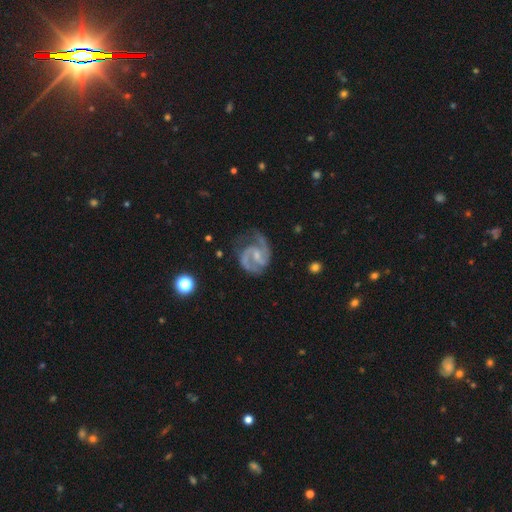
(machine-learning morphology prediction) smooth-or-featured: featured or disk: 91% | smooth: 5% | star or artifact: 5%
  disk-edge-on: no: 98% | yes: 2%
    bar: weak: 53% | no: 32% | strong: 15%
    has-spiral-arms: yes: 98% | no: 2%
      spiral-winding: medium: 60% | tight: 24% | loose: 15%
      spiral-arm-count: 2: 87% | 3: 4% | can't tell: 3% | 1: 3% | 4: 1% | more than 4: 1%
    bulge-size: small: 55% | moderate: 29% | none: 14% | large: 2% | dominant: 1%
  merging: none: 63% | minor disturbance: 22% | major disturbance: 13% | merger: 2%